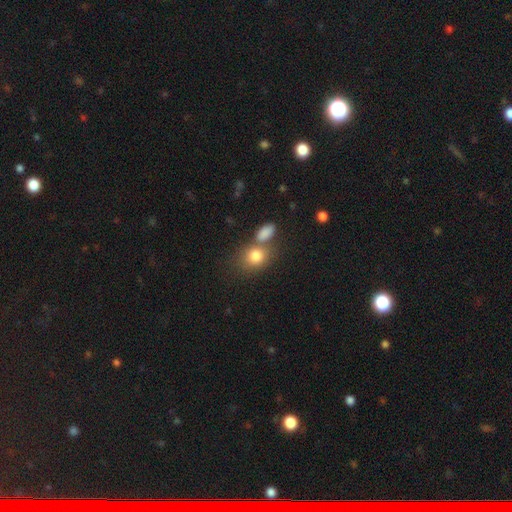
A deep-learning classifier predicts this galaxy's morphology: Smooth or featured? Predicted: smooth (p=0.81). How rounded? Predicted: in between (p=0.51). Merging? Predicted: none (p=0.45).